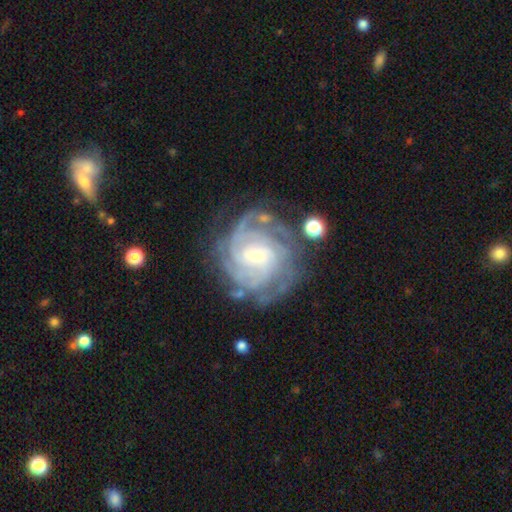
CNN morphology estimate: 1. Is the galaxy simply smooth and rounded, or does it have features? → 89% featured or disk, 5% star or artifact, 5% smooth.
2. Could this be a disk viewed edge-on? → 98% no, 2% yes.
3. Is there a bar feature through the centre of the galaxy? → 46% weak, 42% no, 12% strong.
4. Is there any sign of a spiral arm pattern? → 98% yes, 2% no.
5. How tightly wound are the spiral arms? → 73% tight, 23% medium, 4% loose.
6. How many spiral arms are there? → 31% 4, 24% can't tell, 19% 3, 11% more than 4, 9% 2, 6% 1.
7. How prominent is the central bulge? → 67% small, 29% moderate, 2% large, 2% none, 1% dominant.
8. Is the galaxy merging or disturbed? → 70% none, 18% minor disturbance, 9% major disturbance, 3% merger.